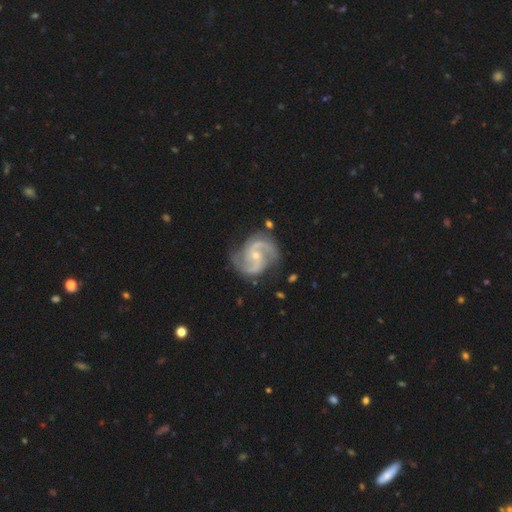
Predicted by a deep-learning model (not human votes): Q: Smooth or featured?
A: featured or disk (92%); runner-up: star or artifact (4%)
Q: Edge-on disk?
A: no (98%); runner-up: yes (2%)
Q: Bar?
A: no (52%); runner-up: weak (37%)
Q: Spiral arms?
A: yes (98%); runner-up: no (2%)
Q: Spiral winding?
A: medium (62%); runner-up: tight (22%)
Q: Spiral arm count?
A: 2 (88%); runner-up: 3 (5%)
Q: Bulge size?
A: small (63%); runner-up: moderate (33%)
Q: Merging?
A: none (75%); runner-up: minor disturbance (17%)